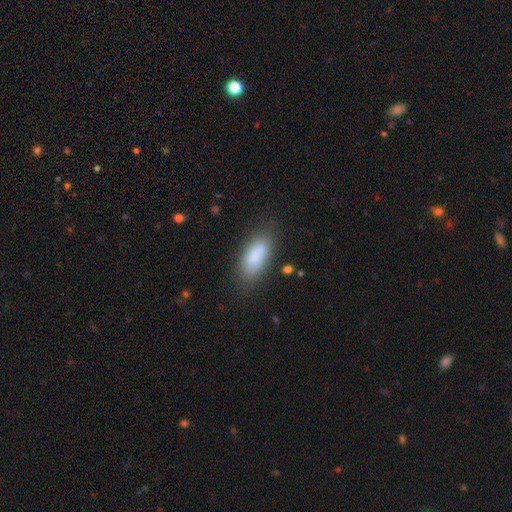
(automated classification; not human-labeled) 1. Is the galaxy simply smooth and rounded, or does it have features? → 87% smooth, 7% star or artifact, 7% featured or disk.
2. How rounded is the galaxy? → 84% in between, 13% cigar-shaped, 2% round.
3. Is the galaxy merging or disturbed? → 80% none, 14% minor disturbance, 4% major disturbance, 2% merger.